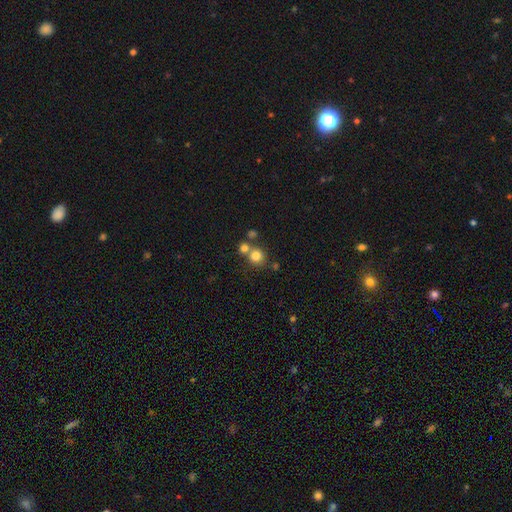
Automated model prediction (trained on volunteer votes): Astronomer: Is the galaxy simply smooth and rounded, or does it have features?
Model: smooth — 78%.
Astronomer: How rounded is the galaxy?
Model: round — 89%.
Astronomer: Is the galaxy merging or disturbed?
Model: none — 58%.